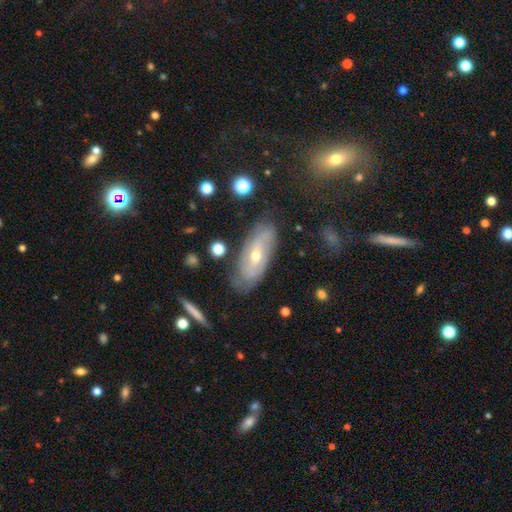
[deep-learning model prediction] Smooth or featured? Predicted: featured or disk (p=0.72). Edge-on disk? Predicted: no (p=0.84). Bar? Predicted: no (p=0.56). Spiral arms? Predicted: yes (p=0.82). Bulge size? Predicted: small (p=0.50). Merging? Predicted: none (p=0.75).